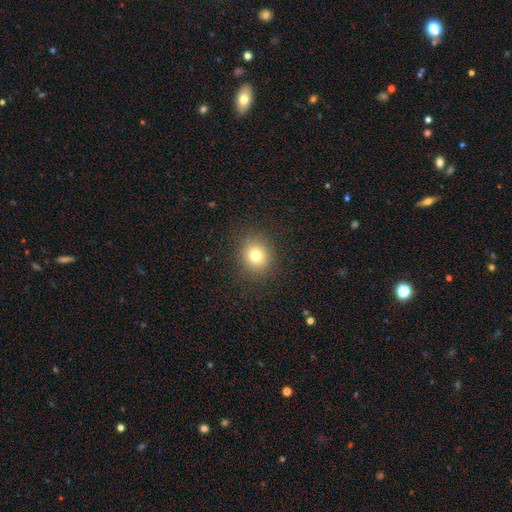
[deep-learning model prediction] This is likely a smooth galaxy (77%). How rounded: clearly round (82%). Merging: clearly none (88%).